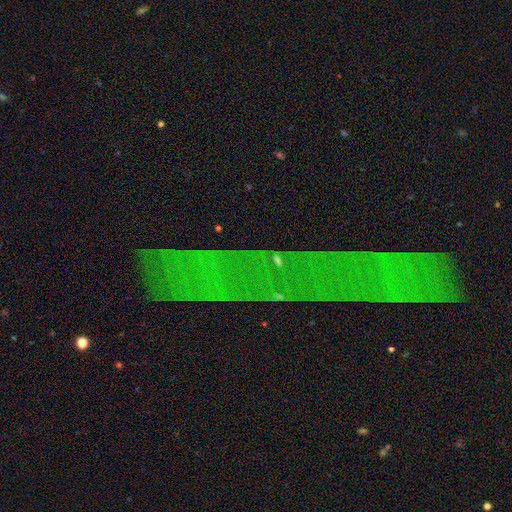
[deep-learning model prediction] This is likely a star or artifact rather than a galaxy (70%).